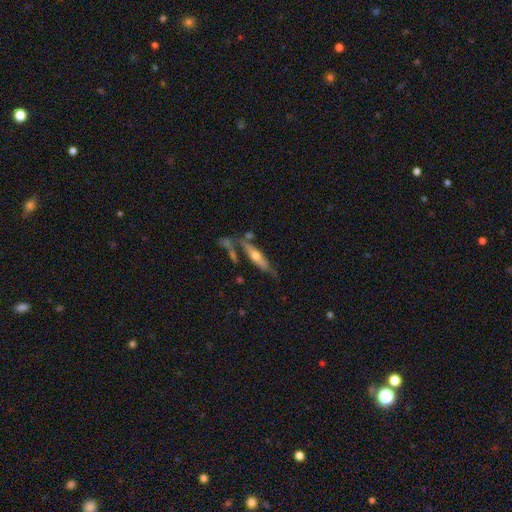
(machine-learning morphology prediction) Smooth or featured? Predicted: featured or disk (p=0.59). Edge-on disk? Predicted: yes (p=0.85). Edge-on bulge? Predicted: rounded (p=0.88). Merging? Predicted: none (p=0.59).